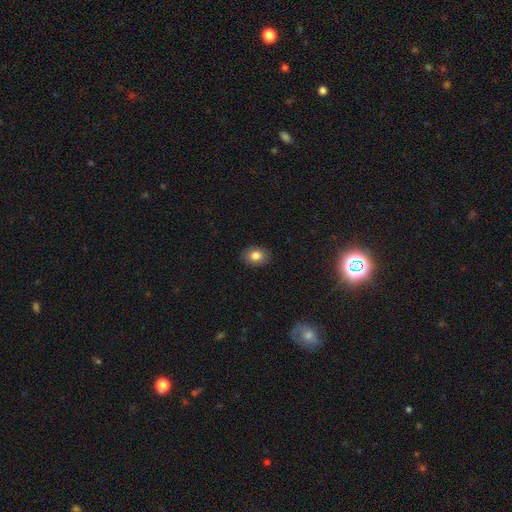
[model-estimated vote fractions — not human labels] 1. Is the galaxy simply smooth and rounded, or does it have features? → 83% smooth, 9% star or artifact, 8% featured or disk.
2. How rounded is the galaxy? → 59% in between, 40% round, 1% cigar-shaped.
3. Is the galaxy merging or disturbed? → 88% none, 9% minor disturbance, 2% major disturbance, 1% merger.